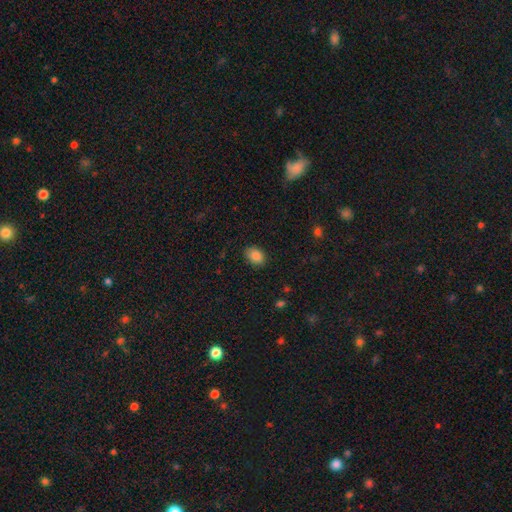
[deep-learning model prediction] This appears to be a smooth galaxy with no disk features (87%) that is in between round and cigar-shaped (72%). Merging: none (85%).